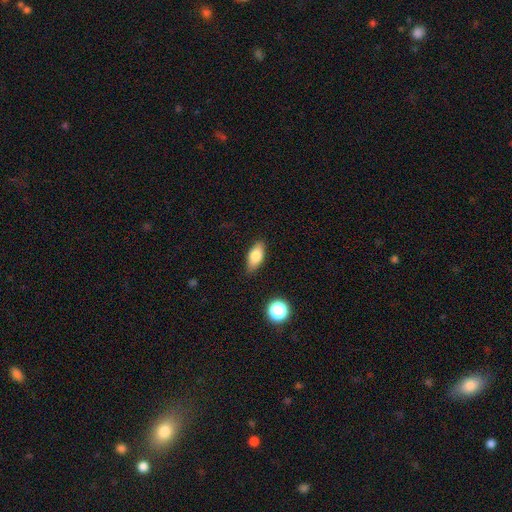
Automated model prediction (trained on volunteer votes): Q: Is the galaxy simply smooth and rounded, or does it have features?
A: smooth — 78%.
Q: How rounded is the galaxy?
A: in between — 85%.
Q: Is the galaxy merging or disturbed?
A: none — 82%.